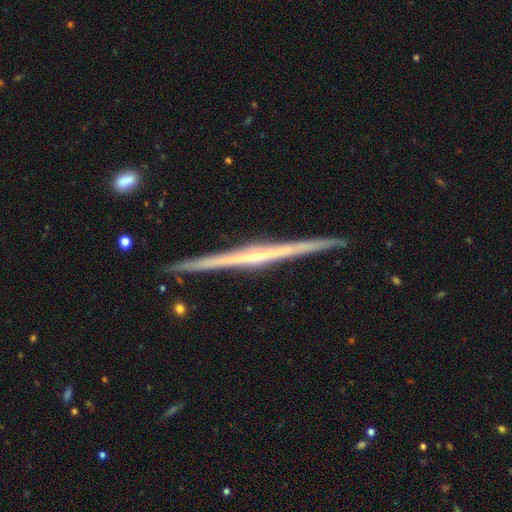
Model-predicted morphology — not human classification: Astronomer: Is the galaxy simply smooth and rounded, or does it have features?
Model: featured or disk — 82%.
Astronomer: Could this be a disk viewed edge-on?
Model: yes — 98%.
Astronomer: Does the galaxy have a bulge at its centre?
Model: rounded — 48% (runner-up: none, 45%).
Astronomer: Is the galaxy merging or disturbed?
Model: none — 92%.